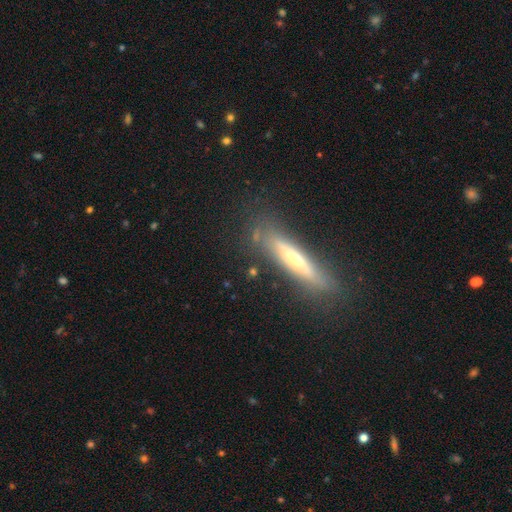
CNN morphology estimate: This appears to be a featured or disk galaxy (56%) viewed edge-on (86%). Merging: none (78%).